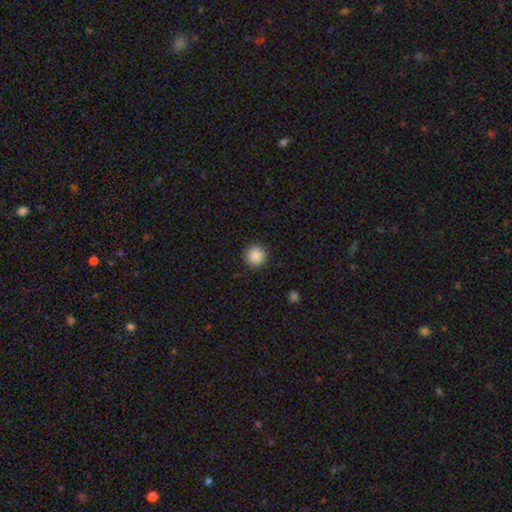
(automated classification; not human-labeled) This is clearly a smooth galaxy (88%). How rounded: clearly round (96%). Merging: clearly none (92%).